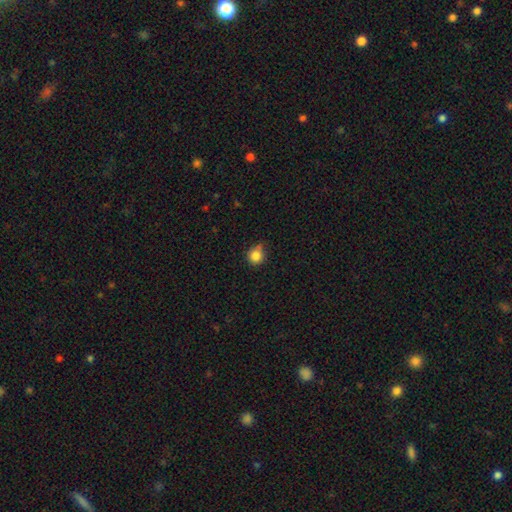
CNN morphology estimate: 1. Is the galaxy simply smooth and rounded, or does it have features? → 84% smooth, 11% star or artifact, 5% featured or disk.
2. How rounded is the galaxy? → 87% round, 12% in between, 1% cigar-shaped.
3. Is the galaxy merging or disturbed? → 63% none, 29% minor disturbance, 5% major disturbance, 3% merger.